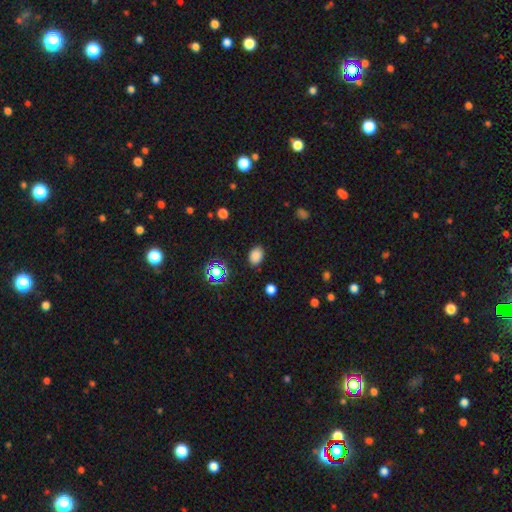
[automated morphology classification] type=smooth (81%); roundness=in between (77%); merging=none (86%).